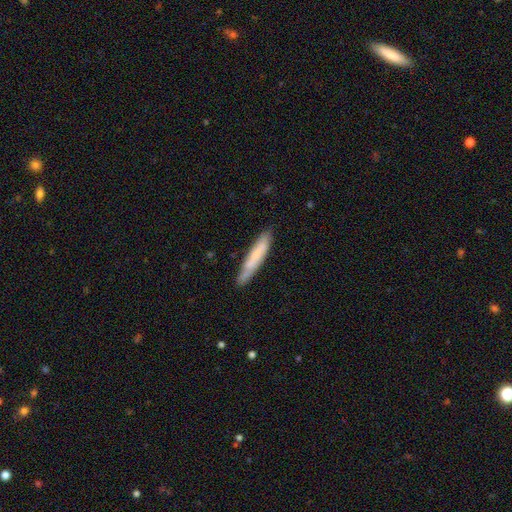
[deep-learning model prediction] This is likely a smooth galaxy (61%). How rounded: clearly cigar-shaped (90%). Merging: likely none (79%).